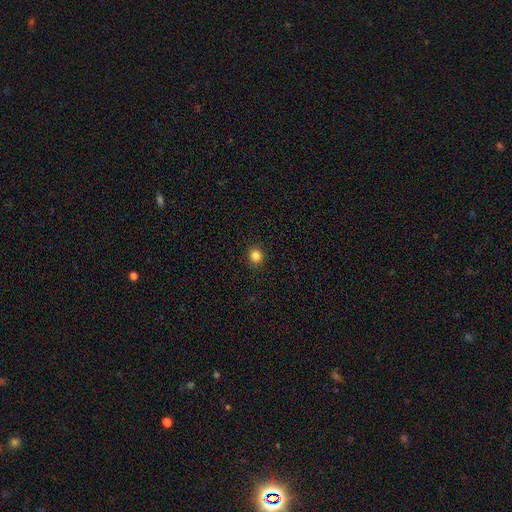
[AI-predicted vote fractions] Morphology: type=smooth (83%); roundness=round (86%); merging=none (92%).